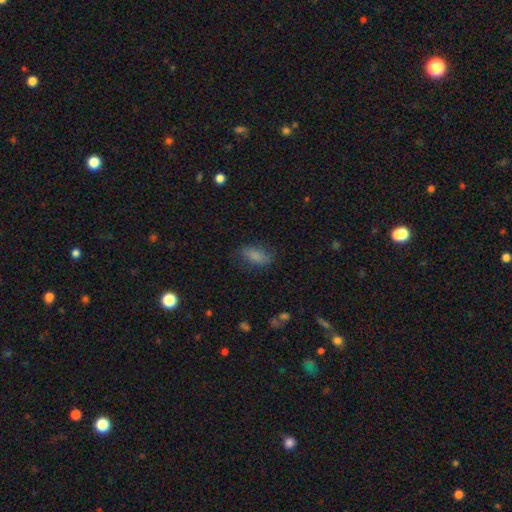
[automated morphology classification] This is likely a smooth galaxy (79%). How rounded: clearly in between (87%). Merging: likely none (70%).